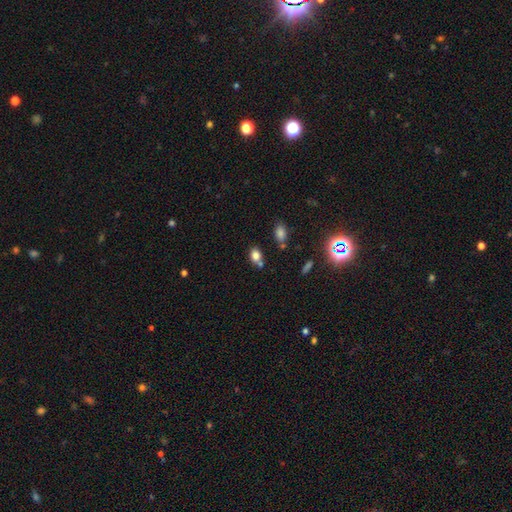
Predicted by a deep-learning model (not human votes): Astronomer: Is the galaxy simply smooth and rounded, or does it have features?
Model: smooth — 79%.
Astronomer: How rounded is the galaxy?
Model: in between — 61% (runner-up: round, 38%).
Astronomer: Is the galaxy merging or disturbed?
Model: none — 58%.